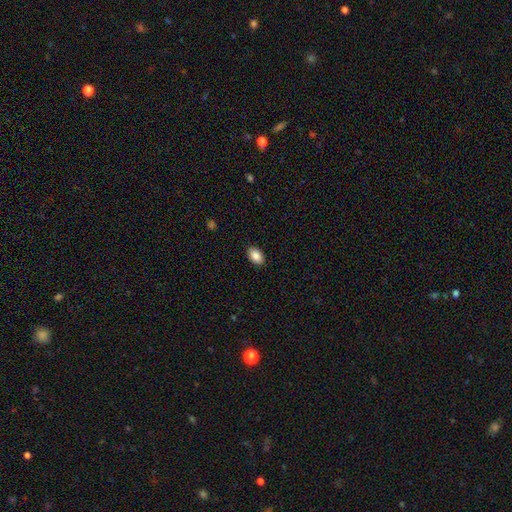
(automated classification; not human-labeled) The model was most divided on "how rounded": in between: 89%, round: 10%, cigar-shaped: 1%. More confident: merging — none (89%); smooth or featured — smooth (87%).